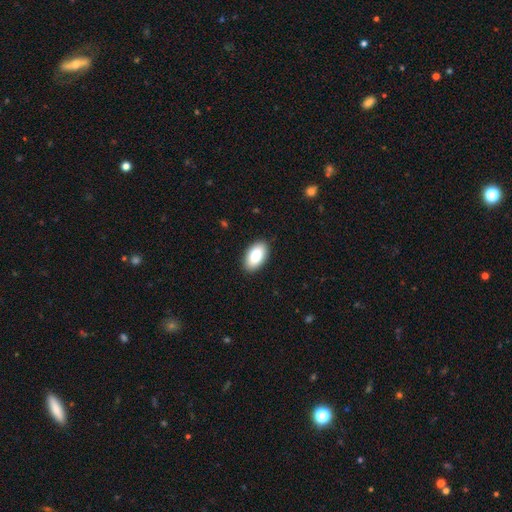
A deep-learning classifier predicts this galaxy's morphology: A smooth galaxy with no disk features (87%) that is in between round and cigar-shaped (95%). Merging: none (90%).